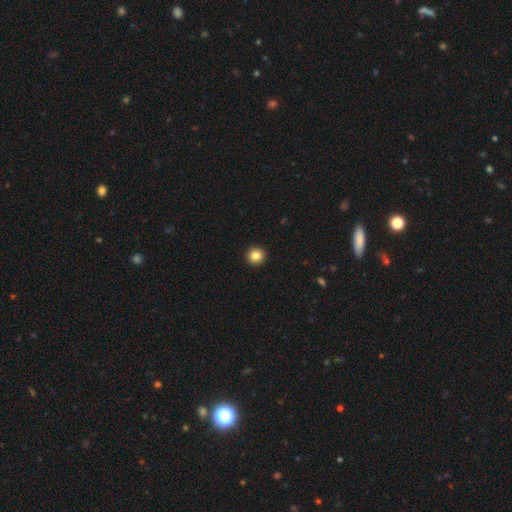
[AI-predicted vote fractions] Smooth or featured? smooth (85%)
How rounded? round (94%)
Merging? none (94%)